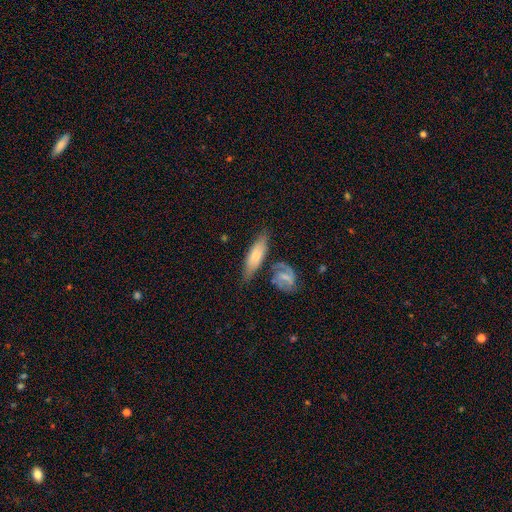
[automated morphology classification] Overall: smooth (62%; featured or disk 32%). How rounded: in between (53%; cigar-shaped 43%). Merging: none (59%; minor disturbance 20%).